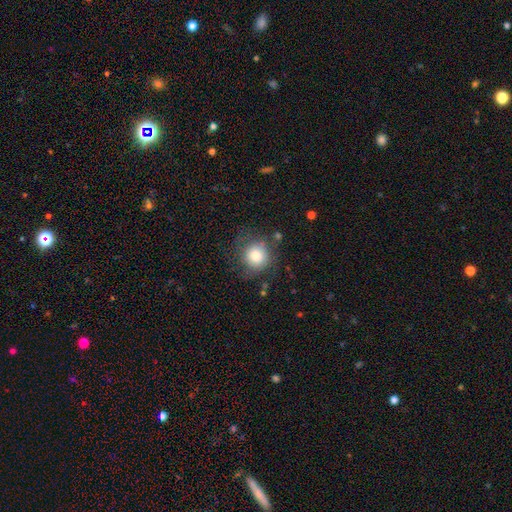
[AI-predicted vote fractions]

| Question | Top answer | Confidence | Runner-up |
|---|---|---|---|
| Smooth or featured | smooth | 81% | featured or disk (10%) |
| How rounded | round | 90% | in between (9%) |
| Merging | none | 71% | minor disturbance (18%) |